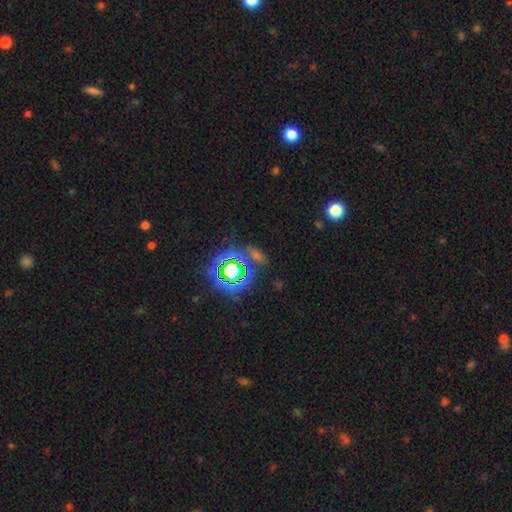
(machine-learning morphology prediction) A star or artifact, not a galaxy (61%).

Vote fractions:
- Smooth or featured? star or artifact: 61% / smooth: 27% / featured or disk: 12%